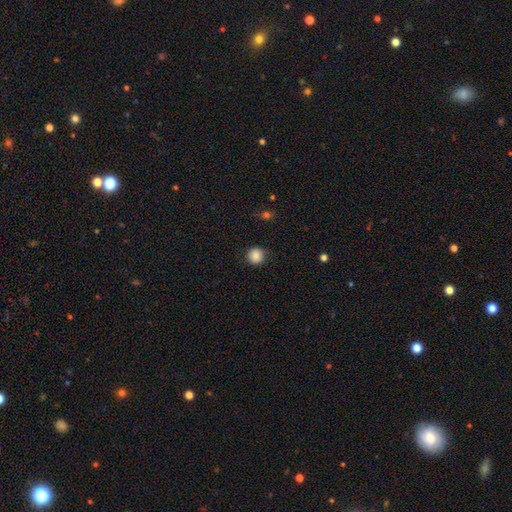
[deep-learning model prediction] A smooth galaxy with no disk features (87%) that is round (93%). Merging: none (88%).